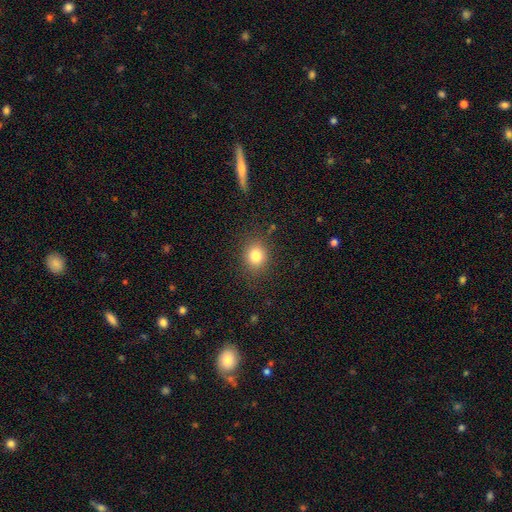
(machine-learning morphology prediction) This is clearly a smooth galaxy (81%). How rounded: likely round (63%). Merging: clearly none (85%).